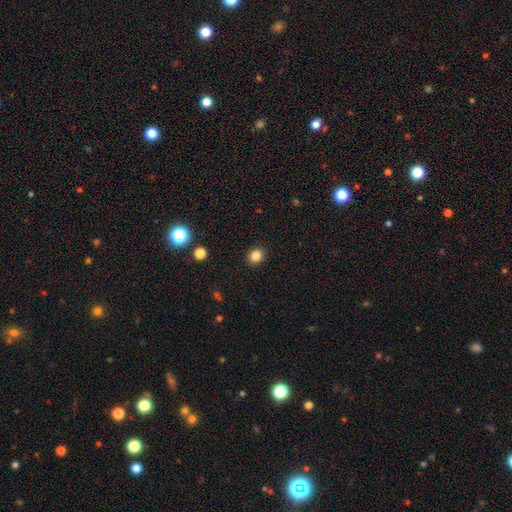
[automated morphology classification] Smooth or featured?
  - smooth: 83% *
  - star or artifact: 12%
  - featured or disk: 5%
How rounded?
  - round: 69% *
  - in between: 30%
  - cigar-shaped: 1%
Merging?
  - none: 91% *
  - minor disturbance: 6%
  - major disturbance: 2%
  - merger: 1%